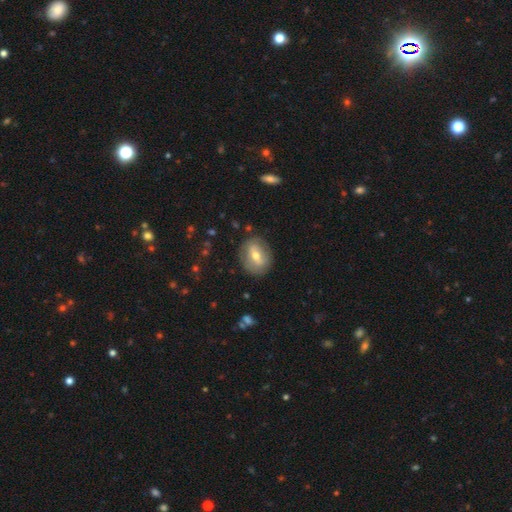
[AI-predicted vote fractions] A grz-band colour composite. It shows a smooth galaxy with no disk features (49%). Merging: none (80%).